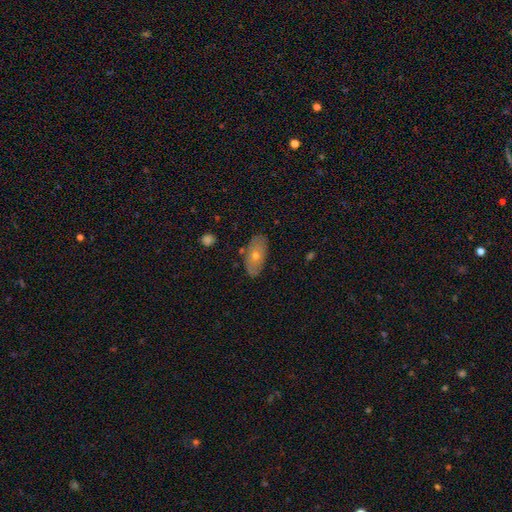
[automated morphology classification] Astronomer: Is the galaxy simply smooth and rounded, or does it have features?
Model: smooth — 50% (runner-up: featured or disk, 42%).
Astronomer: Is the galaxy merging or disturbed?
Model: none — 82%.